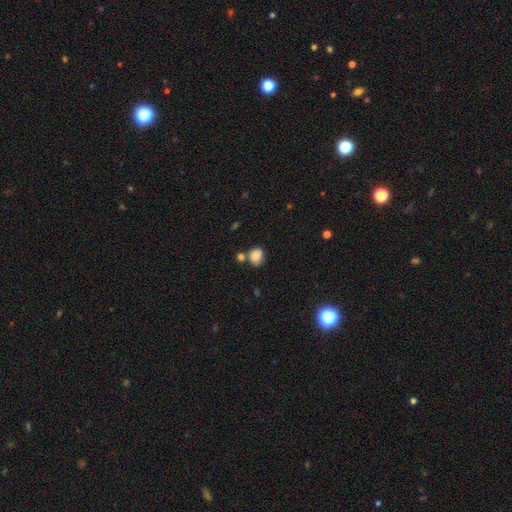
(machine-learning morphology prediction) Smooth or featured? smooth (82%)
How rounded? round (60%)
Merging? none (60%)